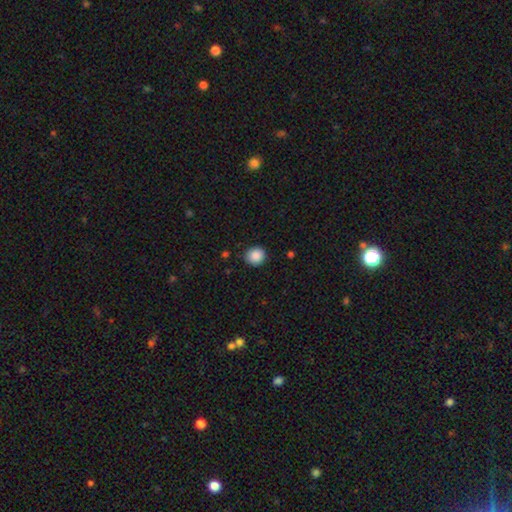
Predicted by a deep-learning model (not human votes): Smooth or featured? smooth (88%)
How rounded? round (86%)
Merging? none (87%)